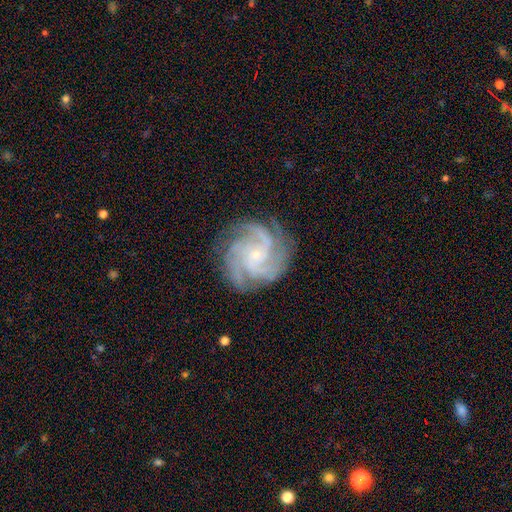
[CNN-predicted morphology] Q: Smooth or featured?
A: featured or disk (91%); runner-up: star or artifact (5%)
Q: Edge-on disk?
A: no (98%); runner-up: yes (2%)
Q: Bar?
A: no (71%); runner-up: weak (22%)
Q: Spiral arms?
A: yes (99%); runner-up: no (1%)
Q: Spiral winding?
A: tight (58%); runner-up: medium (37%)
Q: Spiral arm count?
A: 4 (39%); runner-up: 3 (34%)
Q: Bulge size?
A: small (83%); runner-up: moderate (13%)
Q: Merging?
A: none (80%); runner-up: minor disturbance (14%)